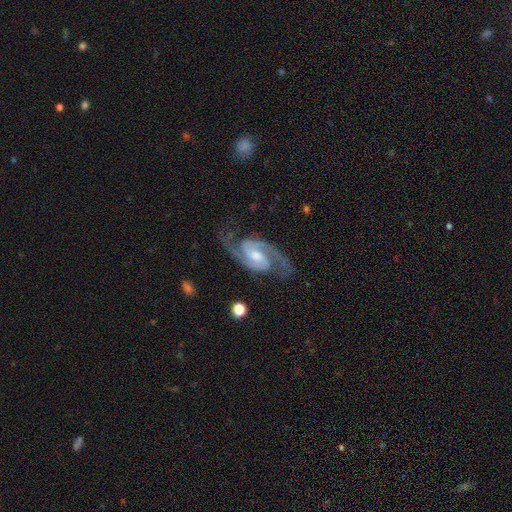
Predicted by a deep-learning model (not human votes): This appears to be a featured or disk galaxy (93%) with a weak bar (46%), 2 (94%) medium (59%) spiral arms (99%) and a moderate central bulge (54%). Merging: none (79%).